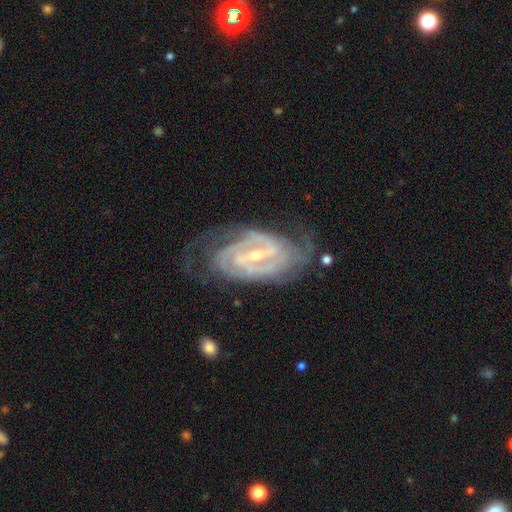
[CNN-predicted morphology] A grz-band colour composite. It shows a featured or disk galaxy (91%) with a strong bar (46%), 2 (59%) tight (63%) spiral arms (98%) and a small central bulge (67%). Merging: none (68%).